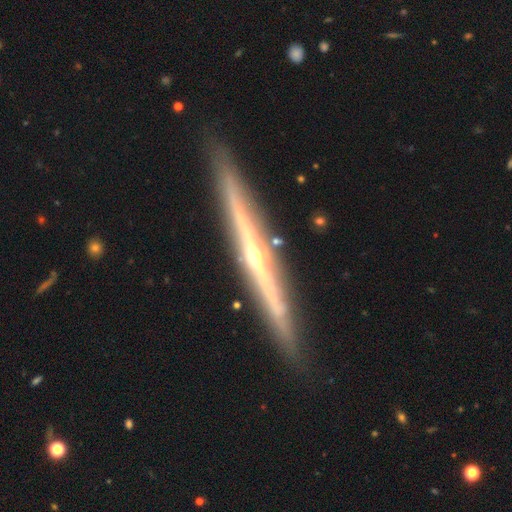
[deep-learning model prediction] smooth-or-featured: featured or disk: 86% | smooth: 9% | star or artifact: 5%
  disk-edge-on: yes: 97% | no: 3%
    edge-on-bulge: rounded: 80% | none: 17% | boxy: 3%
  merging: none: 89% | minor disturbance: 8% | merger: 2% | major disturbance: 2%